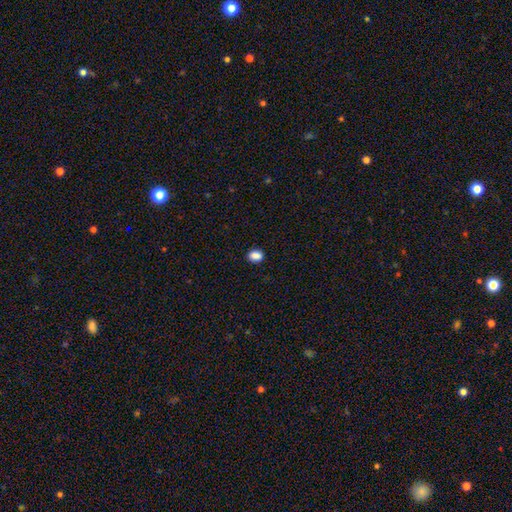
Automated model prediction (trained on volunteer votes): Smooth or featured: smooth — 87% (star or artifact — 10%)
How rounded: in between — 64% (round — 35%)
Merging: none — 88% (minor disturbance — 8%)